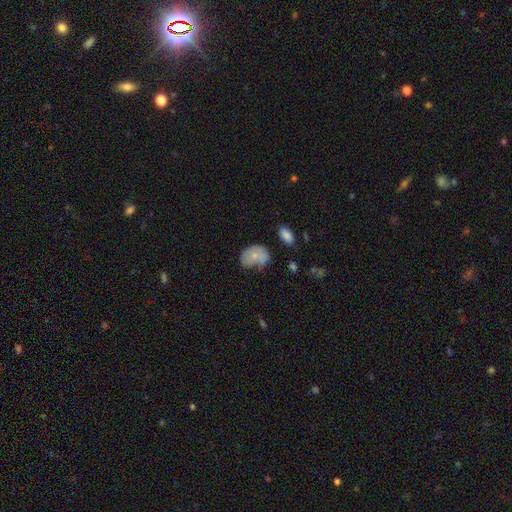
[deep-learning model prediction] smooth-or-featured: smooth: 66% | featured or disk: 26% | star or artifact: 8%
  how-rounded: in between: 70% | round: 29% | cigar-shaped: 1%
  merging: minor disturbance: 38% | none: 33% | major disturbance: 20% | merger: 9%